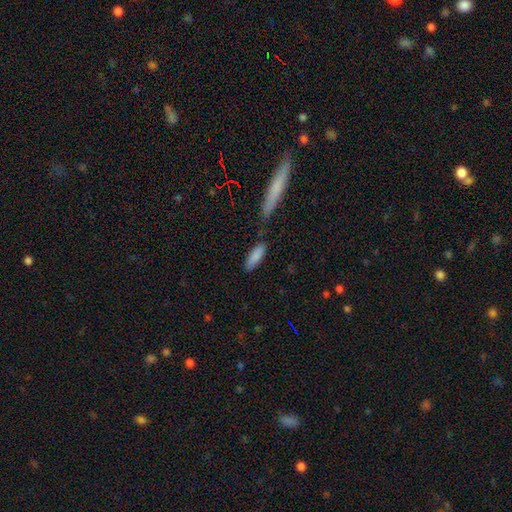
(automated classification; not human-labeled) smooth_or_featured: smooth (p=0.86) [alt: featured or disk p=0.08]
how_rounded: in between (p=0.59) [alt: cigar-shaped p=0.40]
merging: none (p=0.73) [alt: minor disturbance p=0.17]